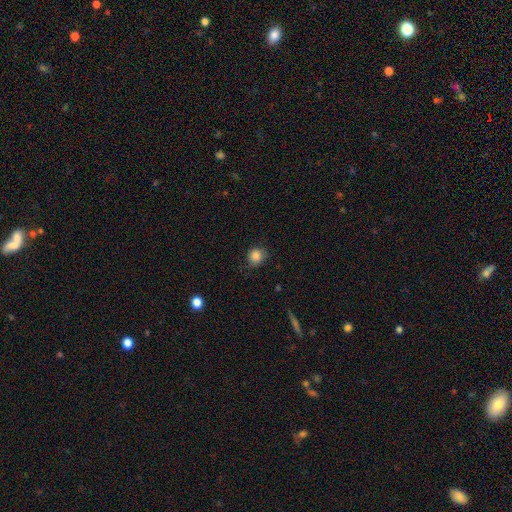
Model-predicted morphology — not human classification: smooth-or-featured: smooth: 85% | star or artifact: 9% | featured or disk: 5%
  how-rounded: round: 79% | in between: 20% | cigar-shaped: 1%
  merging: none: 71% | minor disturbance: 23% | major disturbance: 5% | merger: 1%